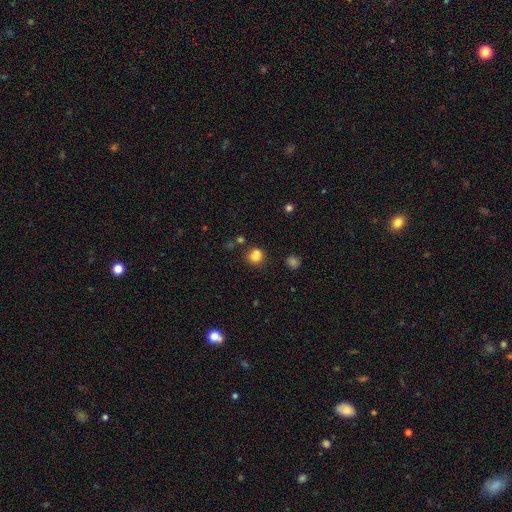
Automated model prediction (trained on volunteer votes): Smooth or featured? smooth (79%)
How rounded? round (84%)
Merging? none (60%)